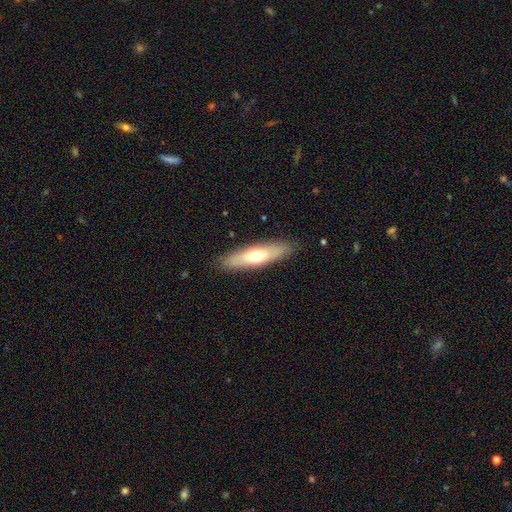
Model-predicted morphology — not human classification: smooth_or_featured: smooth (p=0.58) [alt: featured or disk p=0.36]
how_rounded: cigar-shaped (p=0.69) [alt: in between p=0.29]
merging: none (p=0.88) [alt: minor disturbance p=0.09]